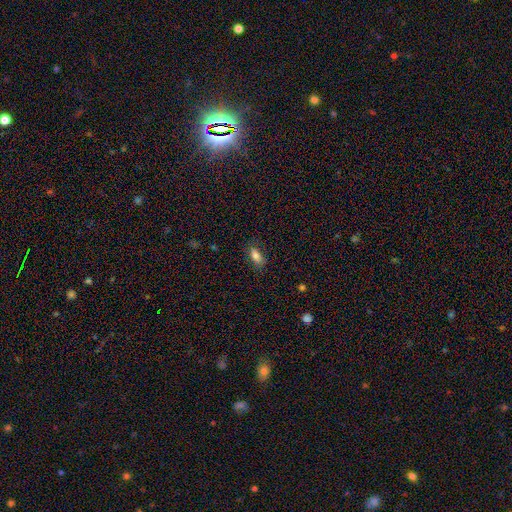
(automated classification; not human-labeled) A smooth galaxy with no disk features (79%) that is in between round and cigar-shaped (84%).

Vote fractions:
- Smooth or featured? smooth: 79% / featured or disk: 12% / star or artifact: 9%
- How rounded? in between: 84% / cigar-shaped: 11% / round: 4%
- Merging? none: 77% / minor disturbance: 16% / major disturbance: 5% / merger: 1%